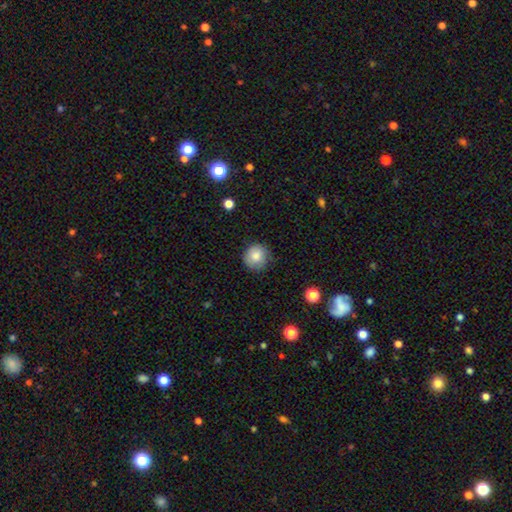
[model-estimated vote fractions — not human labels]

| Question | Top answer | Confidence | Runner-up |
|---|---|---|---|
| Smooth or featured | smooth | 82% | featured or disk (9%) |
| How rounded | round | 90% | in between (9%) |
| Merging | none | 78% | minor disturbance (17%) |